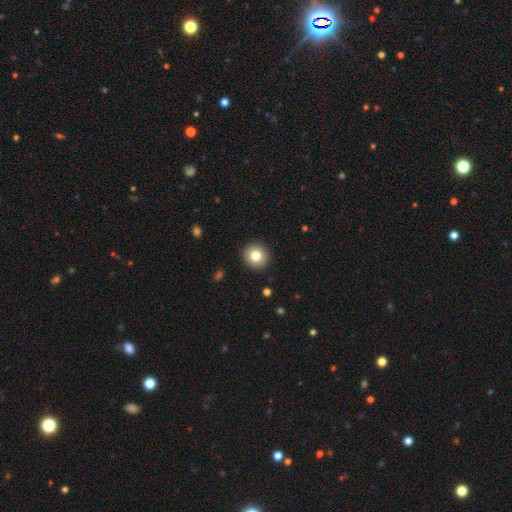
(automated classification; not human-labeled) smooth 80%, featured or disk 10%, star or artifact 10%. Down the decision tree: how rounded — round (93%); merging — none (92%).